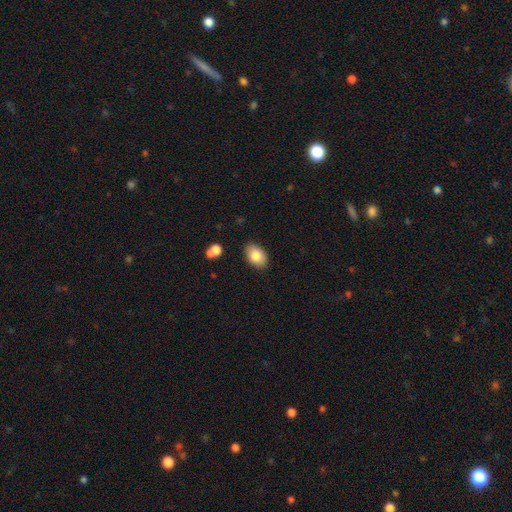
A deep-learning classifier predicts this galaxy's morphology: A smooth galaxy with no disk features (83%) that is in between round and cigar-shaped (87%). Merging: none (86%).